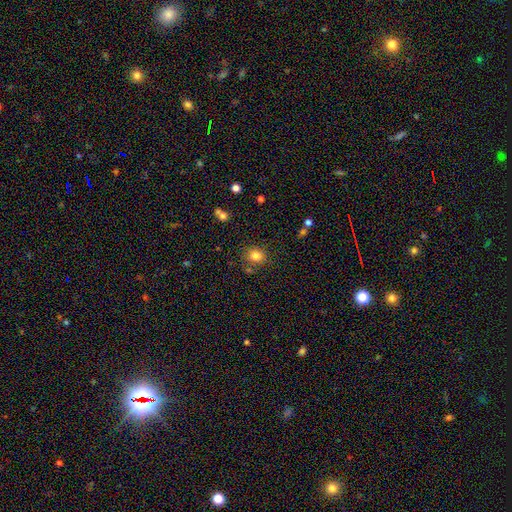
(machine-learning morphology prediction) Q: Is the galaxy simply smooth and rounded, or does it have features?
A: smooth — 82%.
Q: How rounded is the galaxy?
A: round — 77%.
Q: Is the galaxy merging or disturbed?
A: none — 79%.